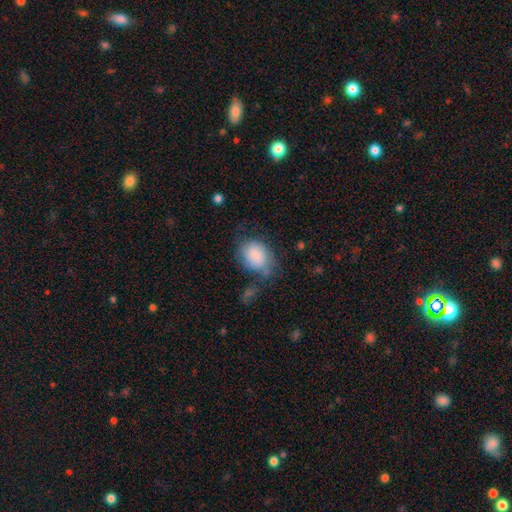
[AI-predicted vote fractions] A smooth galaxy with no disk features (76%) that is in between round and cigar-shaped (57%).

Vote fractions:
- Smooth or featured? smooth: 76% / featured or disk: 18% / star or artifact: 7%
- How rounded? in between: 57% / round: 42% / cigar-shaped: 1%
- Merging? none: 43% / minor disturbance: 31% / major disturbance: 19% / merger: 8%